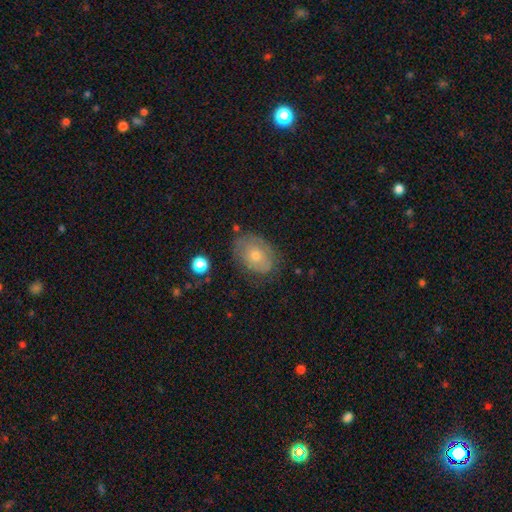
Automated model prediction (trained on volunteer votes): This appears to be a smooth galaxy with no disk features (50%) that is in between round and cigar-shaped (74%). Merging: none (69%).